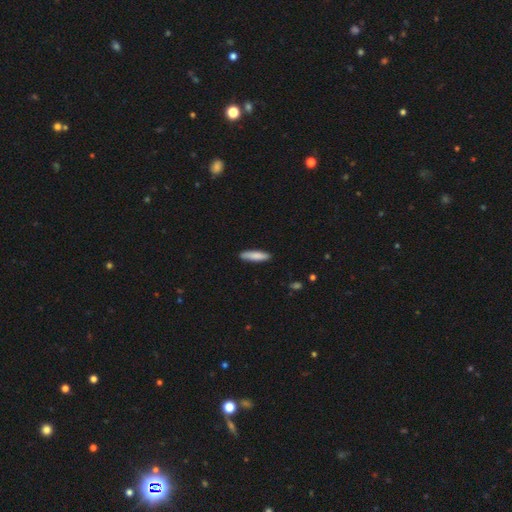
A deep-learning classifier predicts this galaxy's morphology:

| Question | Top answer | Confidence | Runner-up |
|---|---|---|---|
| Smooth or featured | smooth | 84% | featured or disk (11%) |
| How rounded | cigar-shaped | 78% | in between (21%) |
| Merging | none | 87% | minor disturbance (10%) |